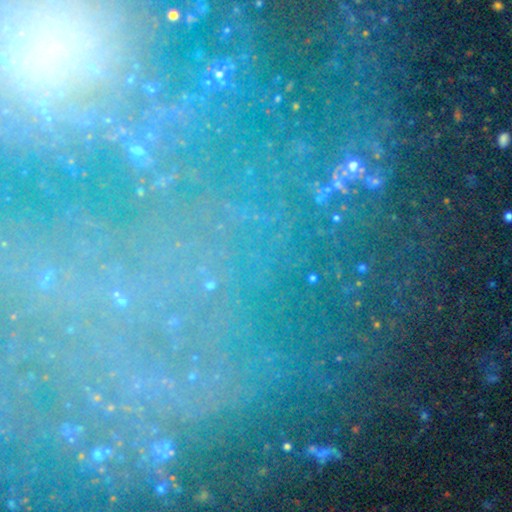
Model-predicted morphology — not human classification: Q: Smooth or featured?
A: star or artifact (70%); runner-up: featured or disk (18%)